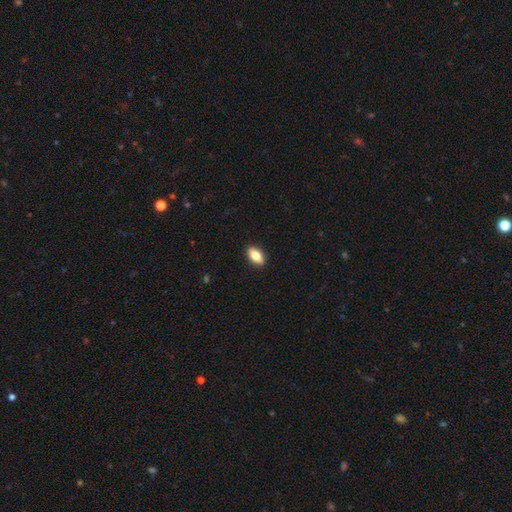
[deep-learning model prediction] This is likely a smooth galaxy (79%). How rounded: clearly in between (90%). Merging: clearly none (91%).